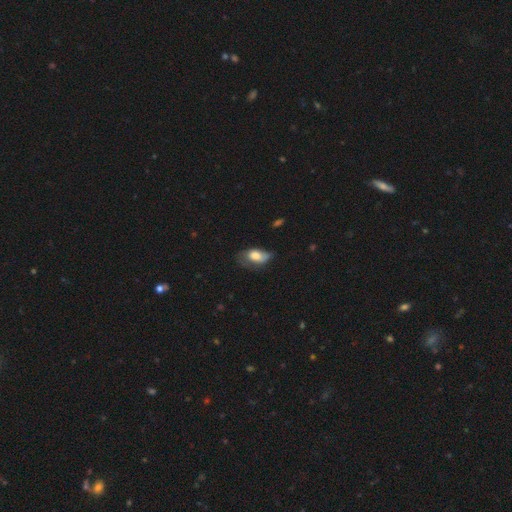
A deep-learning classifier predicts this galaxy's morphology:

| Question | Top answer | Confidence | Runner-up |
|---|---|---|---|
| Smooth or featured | smooth | 69% | featured or disk (23%) |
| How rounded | in between | 89% | round (8%) |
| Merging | minor disturbance | 37% | none (34%) |